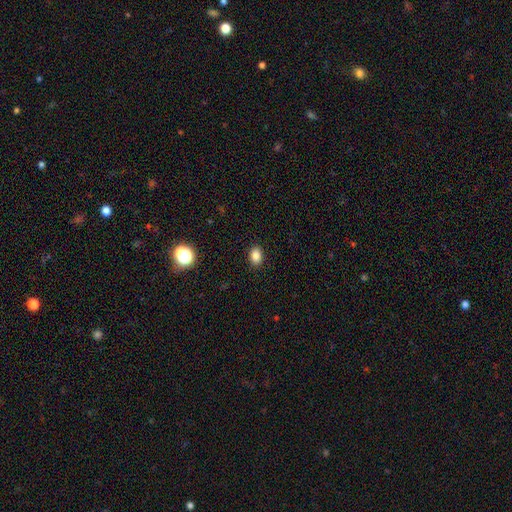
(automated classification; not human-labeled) The model was most divided on "how rounded": in between: 72%, round: 27%, cigar-shaped: 1%. More confident: merging — none (90%); smooth or featured — smooth (84%).